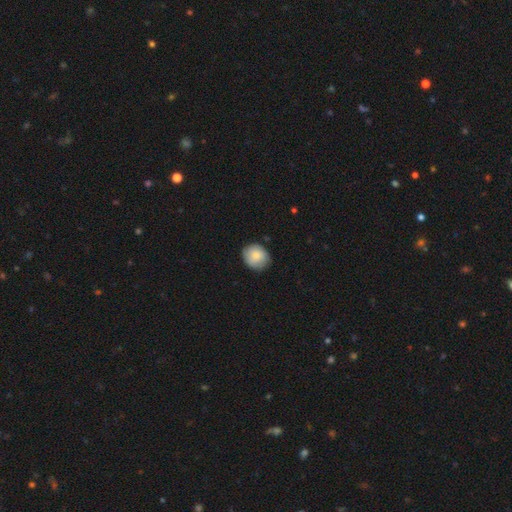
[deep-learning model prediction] A smooth galaxy with no disk features (81%) that is round (78%). Merging: none (80%).